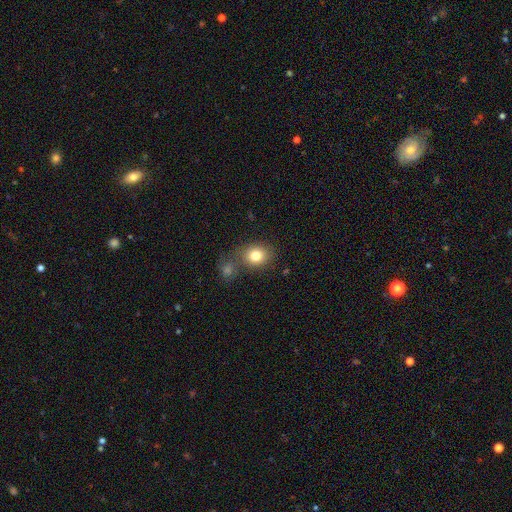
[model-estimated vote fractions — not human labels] Q: Smooth or featured?
A: smooth (80%); runner-up: star or artifact (11%)
Q: How rounded?
A: round (64%); runner-up: in between (35%)
Q: Merging?
A: none (66%); runner-up: merger (17%)